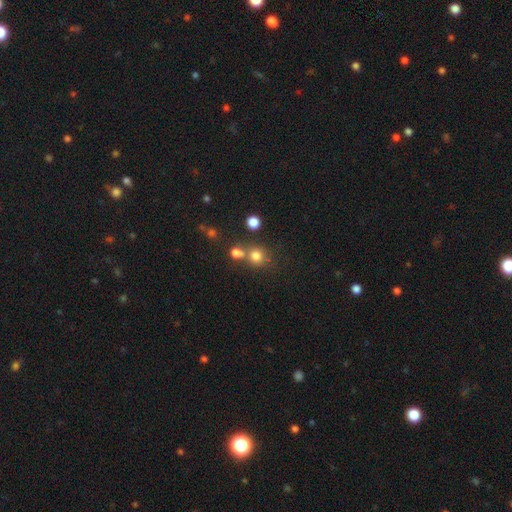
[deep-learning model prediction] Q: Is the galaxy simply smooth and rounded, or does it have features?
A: smooth — 76%.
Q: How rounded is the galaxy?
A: round — 88%.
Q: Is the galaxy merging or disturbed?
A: none — 57%.